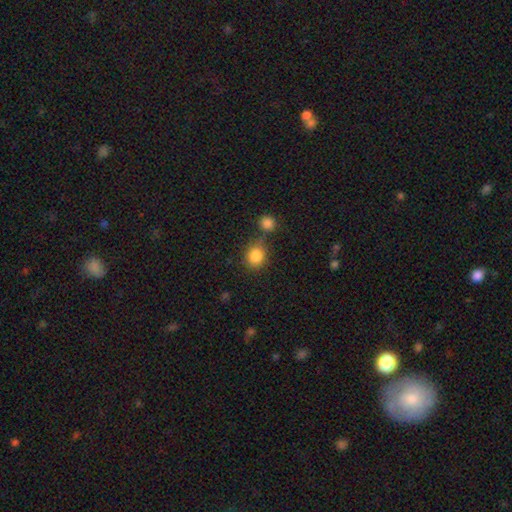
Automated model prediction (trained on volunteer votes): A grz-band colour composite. It shows a smooth galaxy with no disk features (86%) that is round (76%). Merging: none (64%).